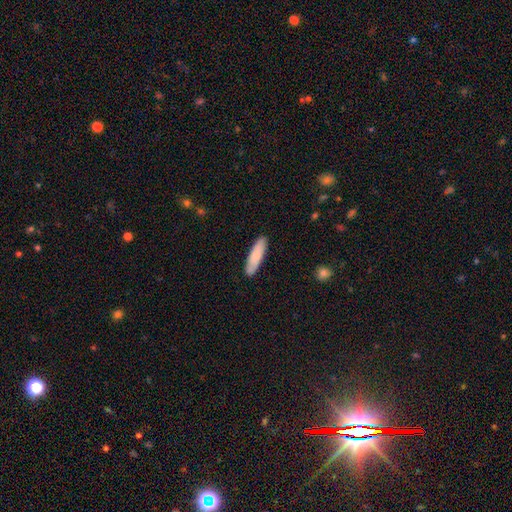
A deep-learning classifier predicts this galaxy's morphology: Smooth or featured: smooth — 79% (featured or disk — 16%)
How rounded: cigar-shaped — 69% (in between — 30%)
Merging: none — 89% (minor disturbance — 9%)